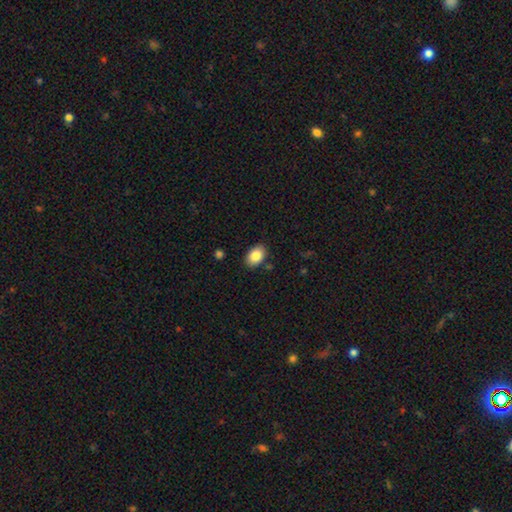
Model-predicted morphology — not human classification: Q: Smooth or featured?
A: smooth (86%); runner-up: star or artifact (7%)
Q: How rounded?
A: in between (85%); runner-up: round (14%)
Q: Merging?
A: none (85%); runner-up: minor disturbance (11%)